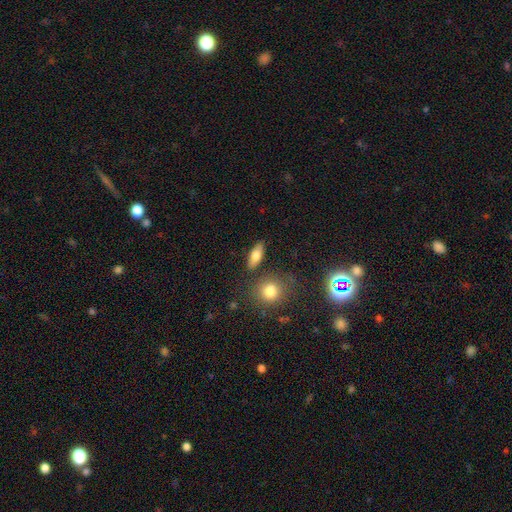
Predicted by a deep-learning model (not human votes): smooth 74%, featured or disk 17%, star or artifact 9%. Down the decision tree: how rounded — in between (75%); merging — none (83%).